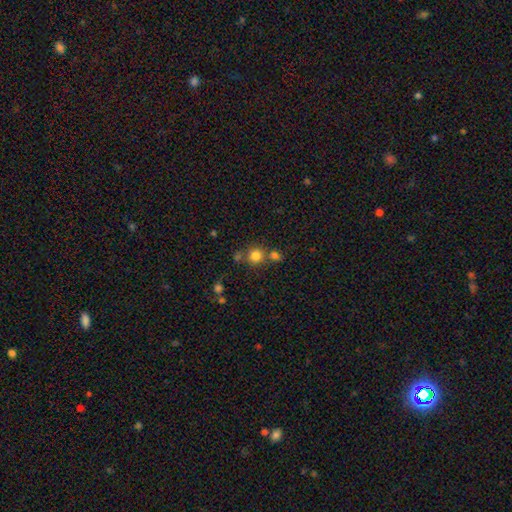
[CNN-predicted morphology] A smooth galaxy with no disk features (79%) that is round (91%).

Vote fractions:
- Smooth or featured? smooth: 79% / star or artifact: 14% / featured or disk: 6%
- How rounded? round: 91% / in between: 8% / cigar-shaped: 1%
- Merging? none: 65% / merger: 24% / minor disturbance: 8% / major disturbance: 3%